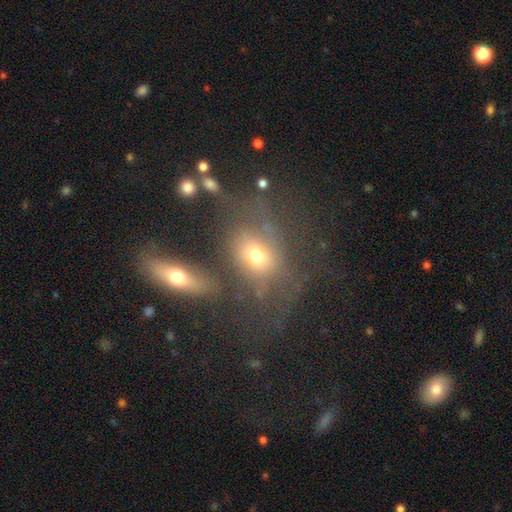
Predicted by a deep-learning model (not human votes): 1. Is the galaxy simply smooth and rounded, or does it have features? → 62% smooth, 22% featured or disk, 16% star or artifact.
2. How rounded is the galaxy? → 60% in between, 37% round, 3% cigar-shaped.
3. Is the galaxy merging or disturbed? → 42% none, 24% merger, 18% major disturbance, 16% minor disturbance.